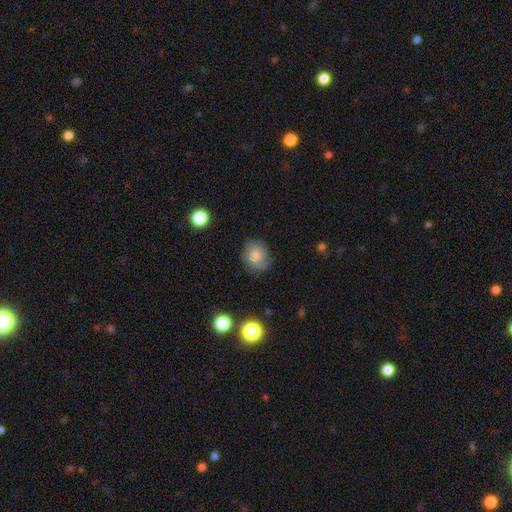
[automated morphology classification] This is likely a smooth galaxy (64%). How rounded: likely round (73%). Merging: likely none (70%).